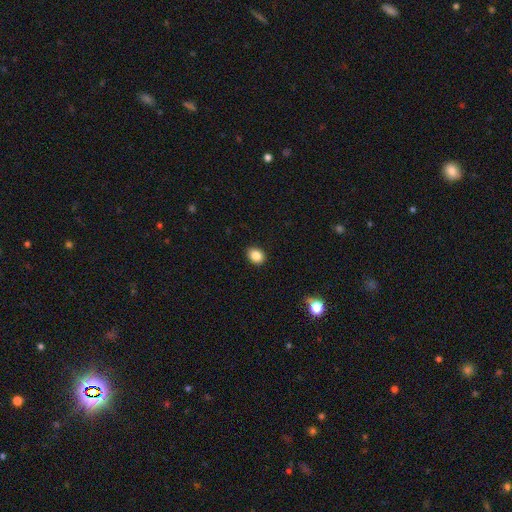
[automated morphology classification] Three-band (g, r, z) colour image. It shows a smooth galaxy with no disk features (85%) that is in between round and cigar-shaped (56%). Merging: none (89%).